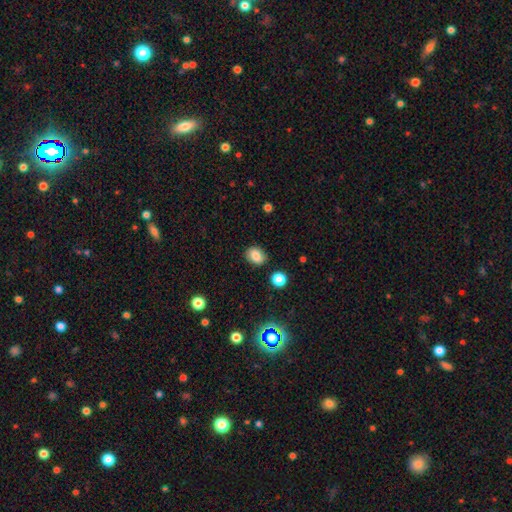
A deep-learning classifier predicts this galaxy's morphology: Smooth or featured: smooth — 81% (star or artifact — 12%)
How rounded: in between — 57% (round — 42%)
Merging: none — 85% (minor disturbance — 10%)